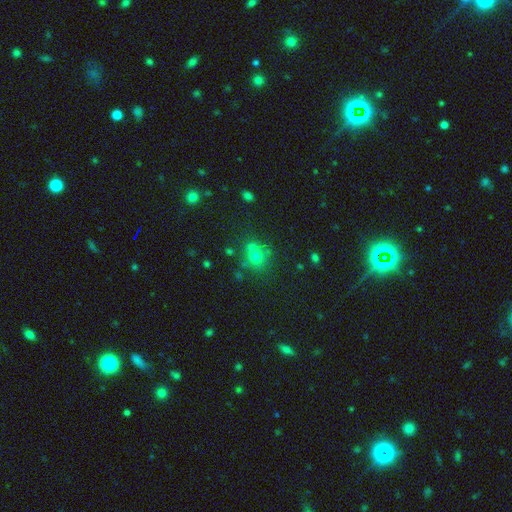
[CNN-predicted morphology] smooth_or_featured: smooth (p=0.66) [alt: star or artifact p=0.20]
how_rounded: round (p=0.85) [alt: in between p=0.14]
merging: none (p=0.57) [alt: merger p=0.28]